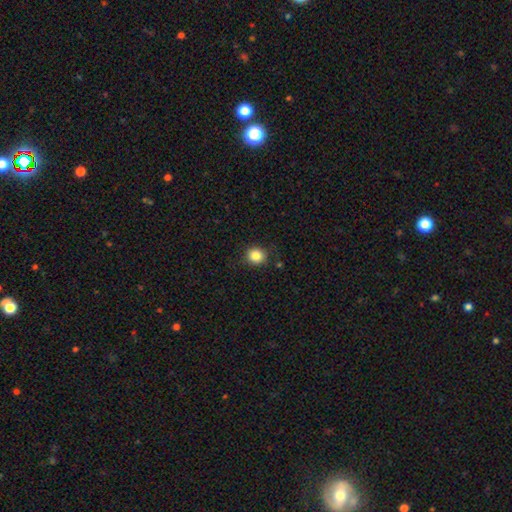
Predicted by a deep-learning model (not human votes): Morphology: type=smooth (85%); roundness=round (85%); merging=none (86%).